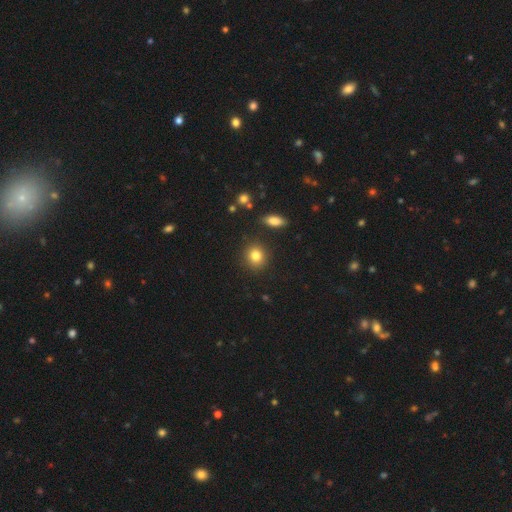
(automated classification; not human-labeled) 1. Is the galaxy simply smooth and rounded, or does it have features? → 83% smooth, 10% star or artifact, 7% featured or disk.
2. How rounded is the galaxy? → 82% round, 17% in between, 1% cigar-shaped.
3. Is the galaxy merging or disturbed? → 88% none, 7% minor disturbance, 3% merger, 2% major disturbance.